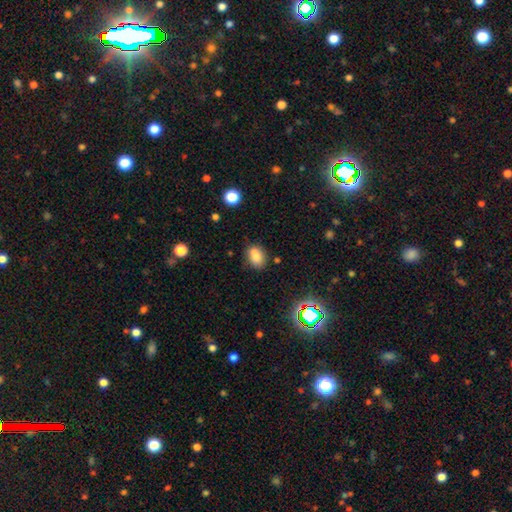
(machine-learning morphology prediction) Smooth or featured? Predicted: smooth (p=0.78). How rounded? Predicted: in between (p=0.70). Merging? Predicted: none (p=0.62).